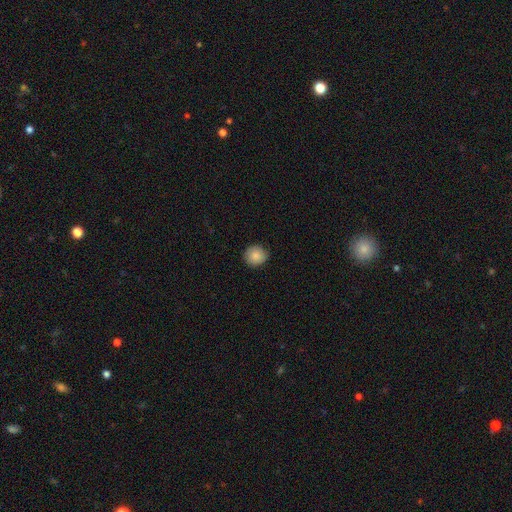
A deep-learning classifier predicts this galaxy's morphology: A smooth galaxy with no disk features (87%) that is round (89%).

Vote fractions:
- Smooth or featured? smooth: 87% / star or artifact: 8% / featured or disk: 5%
- How rounded? round: 89% / in between: 10% / cigar-shaped: 1%
- Merging? none: 88% / minor disturbance: 9% / major disturbance: 2% / merger: 1%